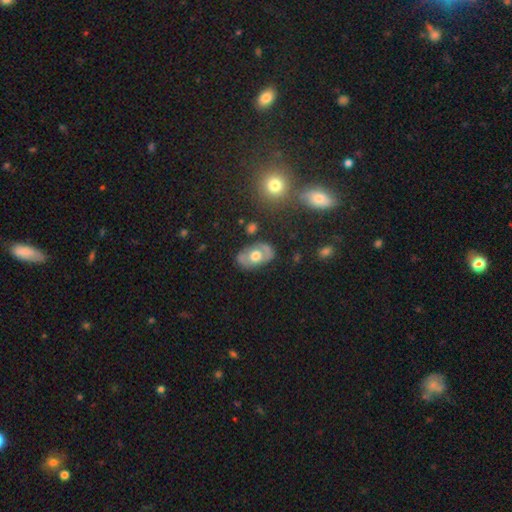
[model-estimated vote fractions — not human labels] Q: Smooth or featured?
A: featured or disk (52%); runner-up: smooth (41%)
Q: Edge-on disk?
A: no (91%); runner-up: yes (9%)
Q: Merging?
A: none (73%); runner-up: minor disturbance (18%)